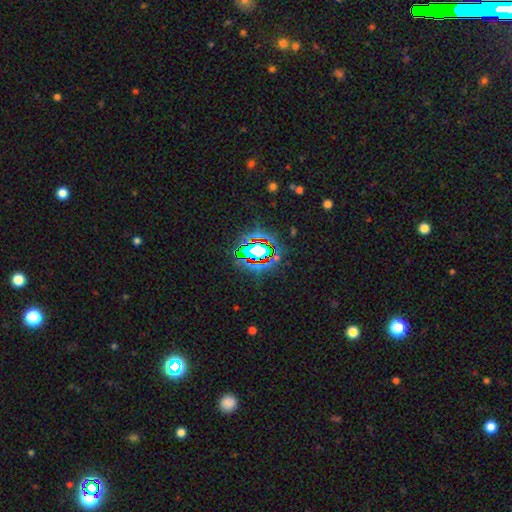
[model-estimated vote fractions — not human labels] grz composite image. It shows a star or artifact, not a galaxy (70%).